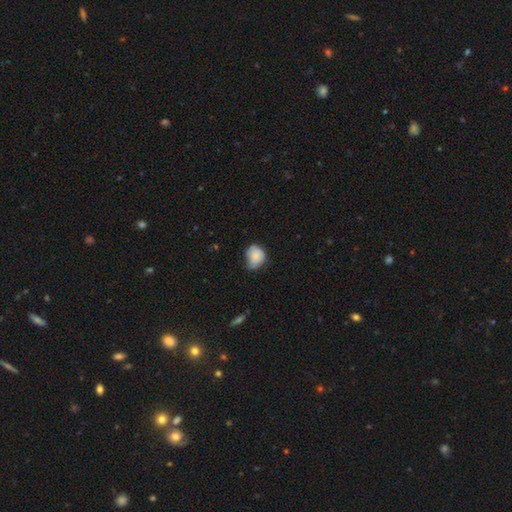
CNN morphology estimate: Smooth or featured: smooth — 80% (featured or disk — 12%)
How rounded: round — 60% (in between — 39%)
Merging: none — 45% (minor disturbance — 44%)